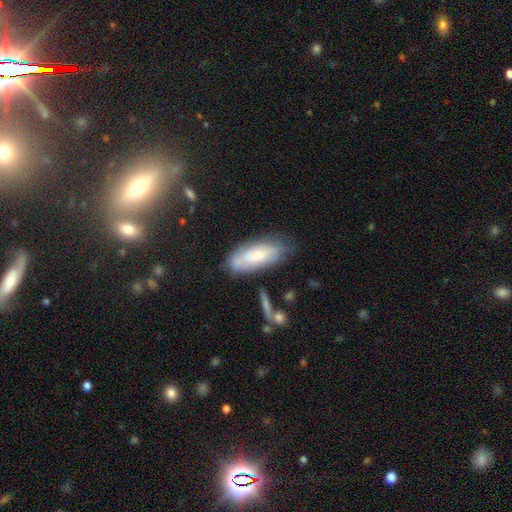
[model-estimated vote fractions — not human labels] A smooth galaxy with no disk features (58%) that is in between round and cigar-shaped (78%). Merging: none (63%).